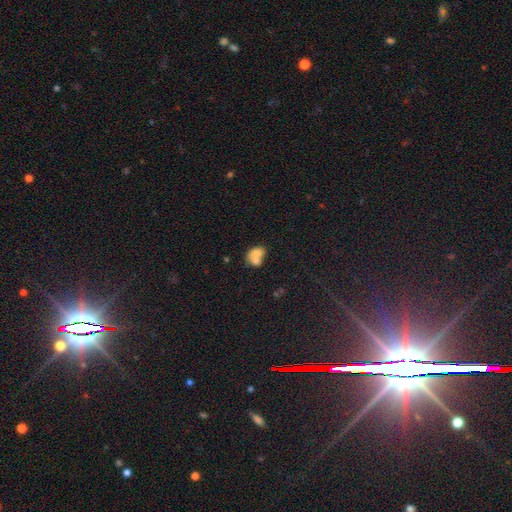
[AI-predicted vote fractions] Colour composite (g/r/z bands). It shows a smooth galaxy with no disk features (72%) that is in between round and cigar-shaped (67%). Merging: merger (64%).